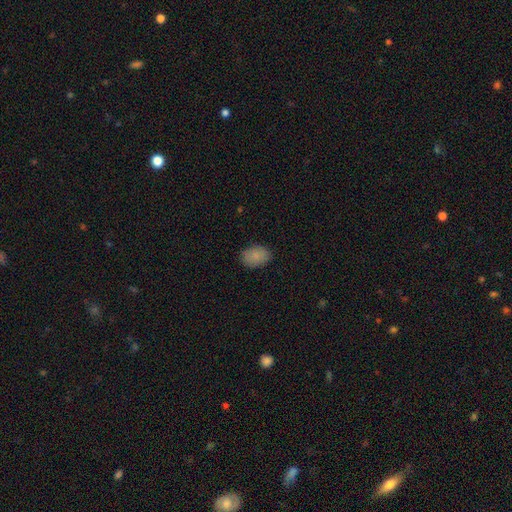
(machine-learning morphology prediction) Smooth or featured? smooth (87%)
How rounded? in between (78%)
Merging? none (85%)